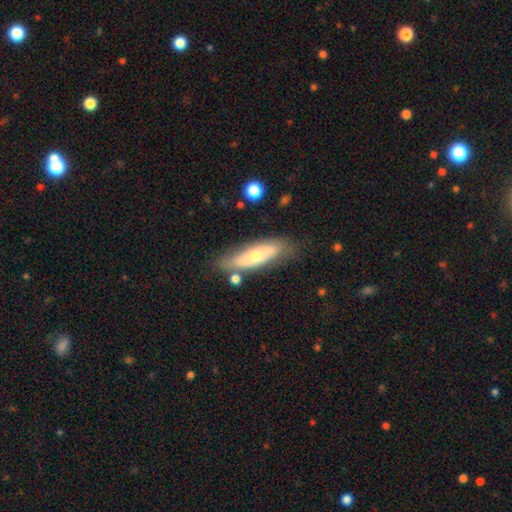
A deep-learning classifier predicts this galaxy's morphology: Smooth or featured: smooth — 50% (featured or disk — 44%)
Merging: none — 71% (minor disturbance — 18%)